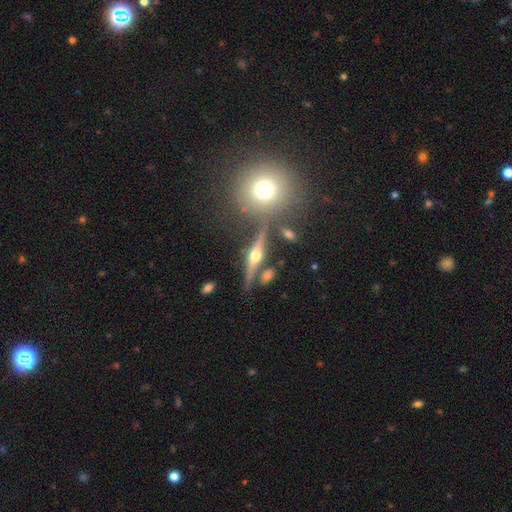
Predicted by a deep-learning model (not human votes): This appears to be a featured or disk galaxy (78%) viewed edge-on (94%) with a rounded central bulge (95%). Merging: none (77%).